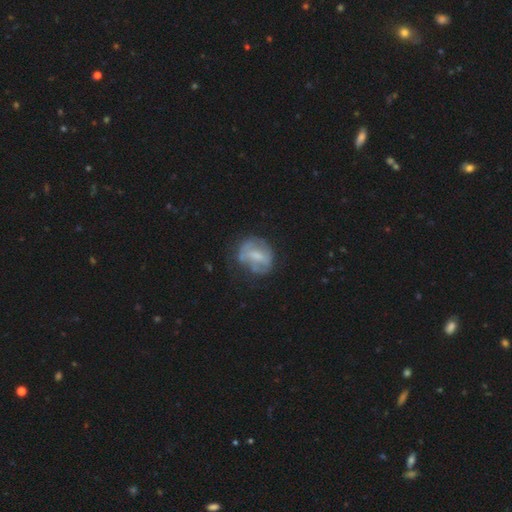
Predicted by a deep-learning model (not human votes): A featured or disk galaxy (56%) with a weak bar (46%), no spiral arms (50%, tied with yes) and a moderate central bulge (39%). Merging: none (56%).